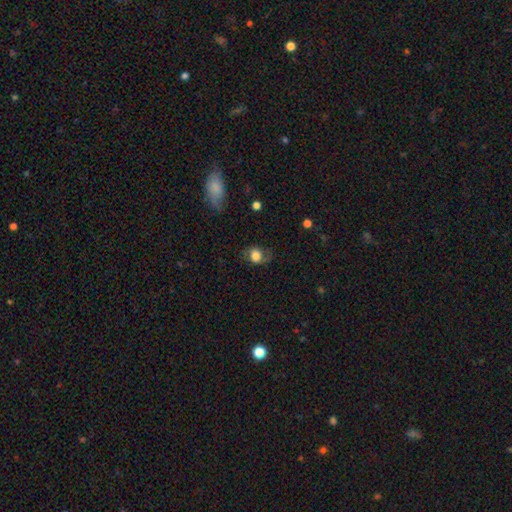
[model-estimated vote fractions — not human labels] smooth-or-featured: smooth: 73% | featured or disk: 18% | star or artifact: 9%
  how-rounded: round: 59% | in between: 40% | cigar-shaped: 1%
  merging: none: 61% | minor disturbance: 23% | major disturbance: 14% | merger: 2%